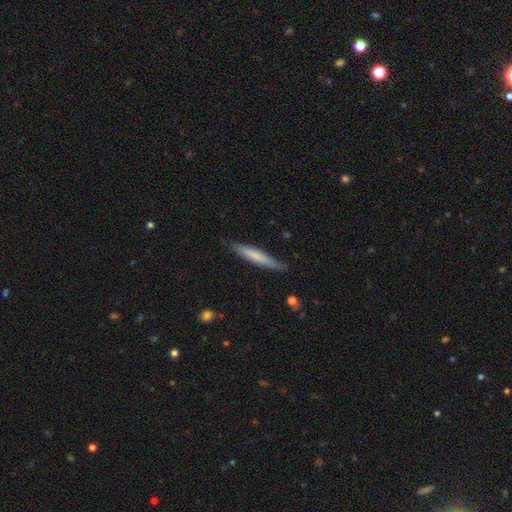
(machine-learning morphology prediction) Smooth or featured? Predicted: smooth (p=0.67). How rounded? Predicted: cigar-shaped (p=0.94). Merging? Predicted: none (p=0.85).